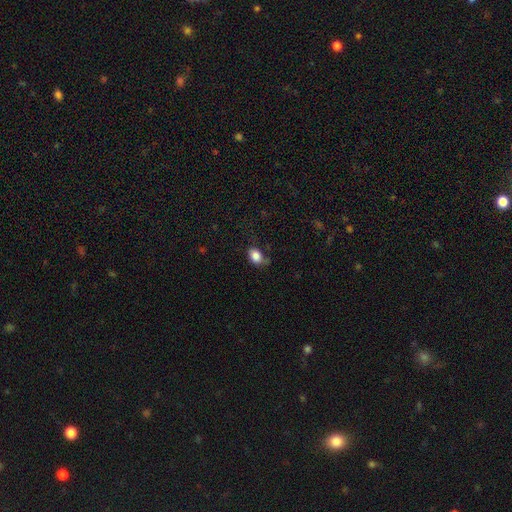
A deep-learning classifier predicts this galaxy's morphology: Smooth or featured? Predicted: smooth (p=0.85). How rounded? Predicted: in between (p=0.76). Merging? Predicted: none (p=0.59).